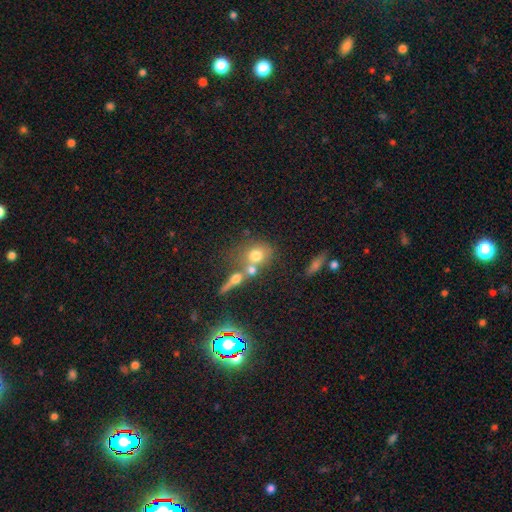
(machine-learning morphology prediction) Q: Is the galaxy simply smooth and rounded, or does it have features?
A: smooth — 67%.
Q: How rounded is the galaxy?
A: round — 68%.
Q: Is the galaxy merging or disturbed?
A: merger — 43%.